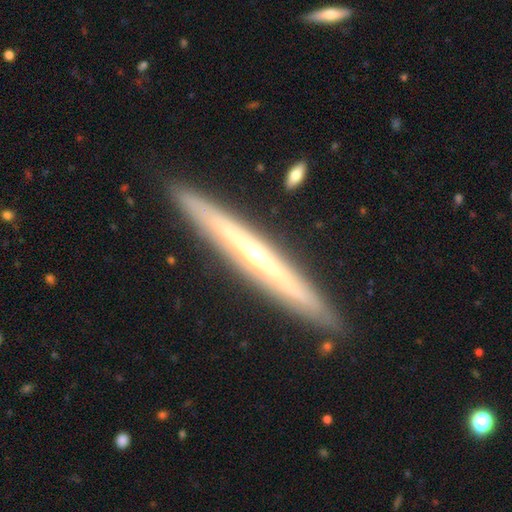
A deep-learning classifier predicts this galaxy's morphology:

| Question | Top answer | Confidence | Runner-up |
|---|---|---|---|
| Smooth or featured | featured or disk | 76% | smooth (18%) |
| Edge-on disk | yes | 95% | no (5%) |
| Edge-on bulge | rounded | 70% | none (27%) |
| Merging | none | 91% | minor disturbance (7%) |